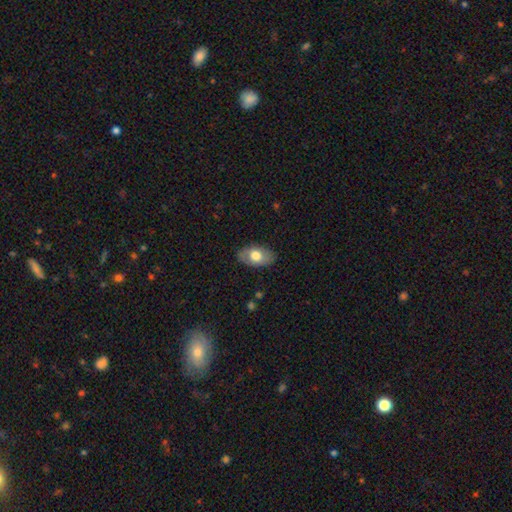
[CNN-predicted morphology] A smooth galaxy with no disk features (66%) that is in between round and cigar-shaped (92%). Merging: none (83%).